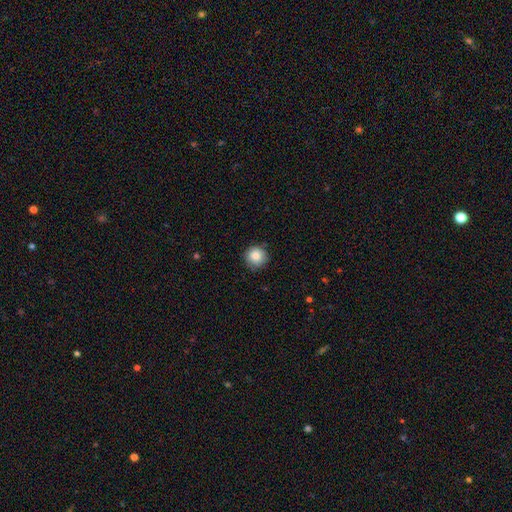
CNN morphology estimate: Overall: smooth (86%). How rounded: round (94%). Merging: none (83%).